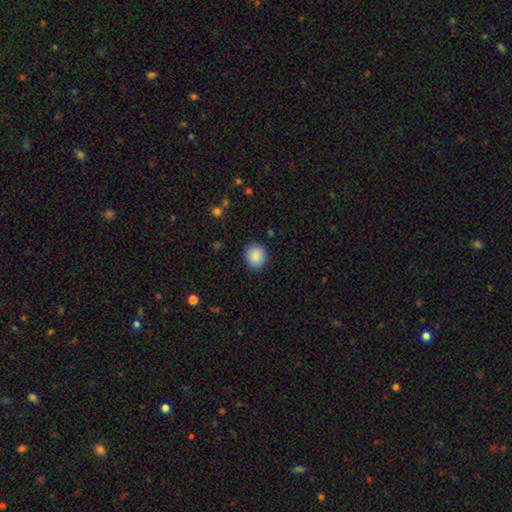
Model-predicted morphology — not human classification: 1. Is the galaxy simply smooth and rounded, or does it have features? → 88% smooth, 8% star or artifact, 4% featured or disk.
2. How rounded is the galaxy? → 78% round, 21% in between, 1% cigar-shaped.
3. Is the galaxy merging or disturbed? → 88% none, 9% minor disturbance, 2% major disturbance, 1% merger.